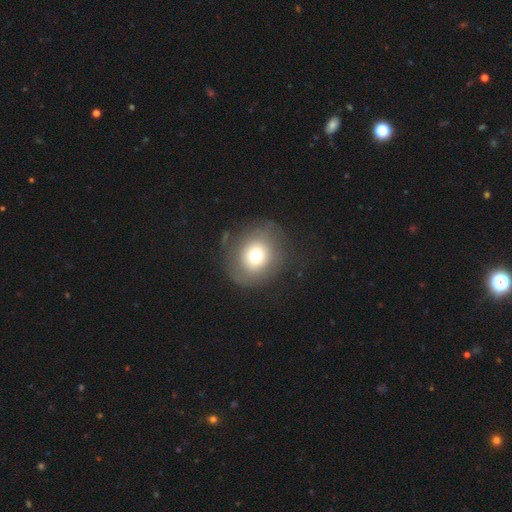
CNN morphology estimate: Smooth or featured? smooth (65%)
How rounded? round (79%)
Merging? none (71%)